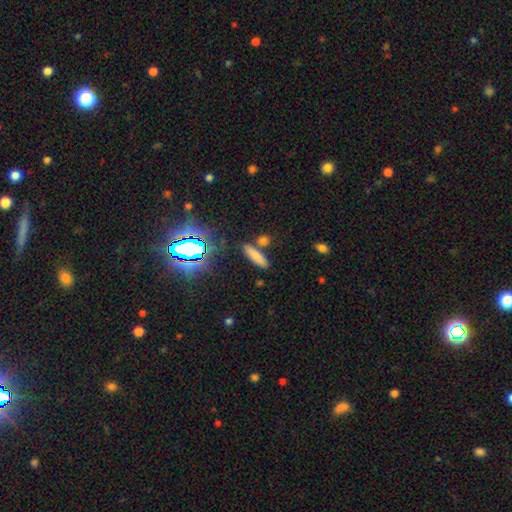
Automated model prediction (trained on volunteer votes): Morphology: type=smooth (76%); roundness=cigar-shaped (70%); merging=none (77%).